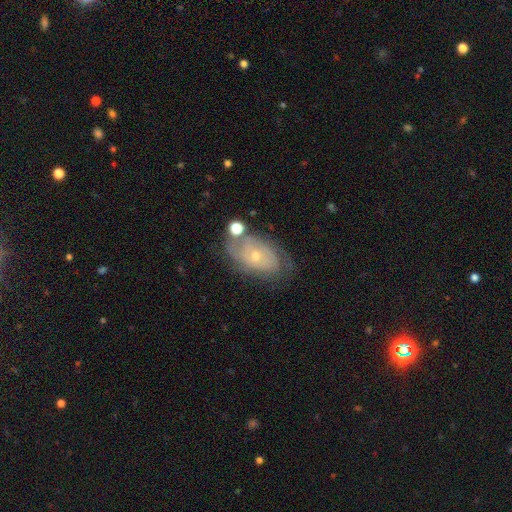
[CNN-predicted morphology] Smooth or featured? Predicted: featured or disk (p=0.67). Edge-on disk? Predicted: no (p=0.95). Bar? Predicted: no (p=0.79). Spiral arms? Predicted: yes (p=0.78). Bulge size? Predicted: small (p=0.66). Merging? Predicted: none (p=0.58).